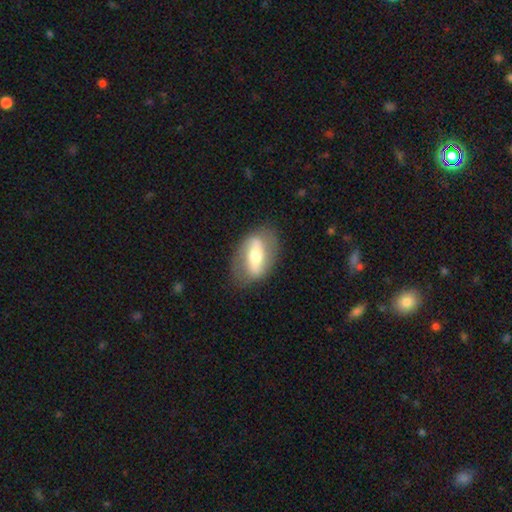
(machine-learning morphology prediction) A featured or disk galaxy (59%). Merging: none (77%).